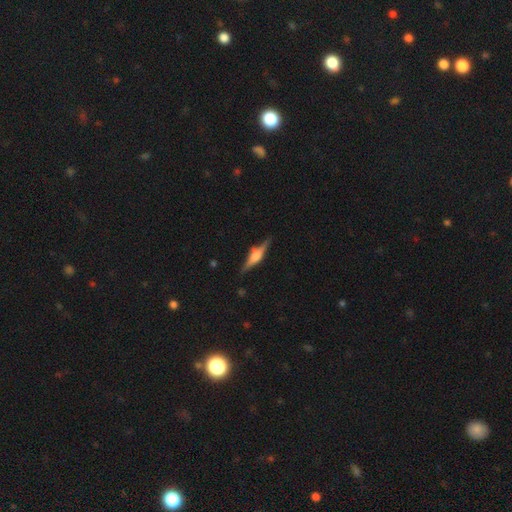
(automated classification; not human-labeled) smooth_or_featured: featured or disk (p=0.77) [alt: smooth p=0.17]
disk_edge_on: yes (p=0.97) [alt: no p=0.03]
edge_on_bulge: rounded (p=0.83) [alt: boxy p=0.14]
merging: none (p=0.86) [alt: minor disturbance p=0.10]